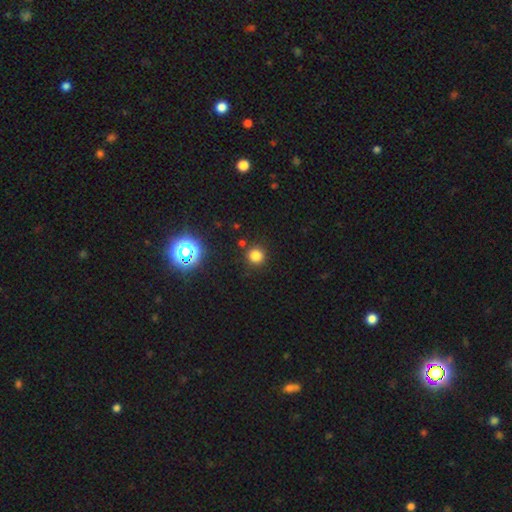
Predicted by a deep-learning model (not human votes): The model was most divided on "smooth or featured": smooth: 78%, star or artifact: 17%, featured or disk: 4%. More confident: how rounded — round (93%); merging — none (88%).